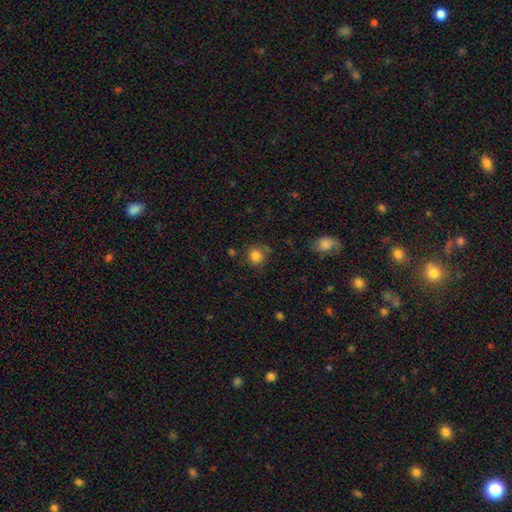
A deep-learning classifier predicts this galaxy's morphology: Overall: smooth (83%). How rounded: round (90%). Merging: none (76%).